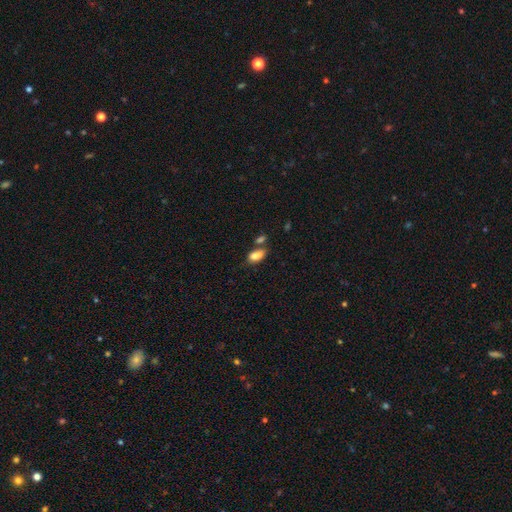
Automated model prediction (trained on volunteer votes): Smooth or featured?
  - smooth: 80% *
  - featured or disk: 10%
  - star or artifact: 9%
How rounded?
  - in between: 88% *
  - round: 7%
  - cigar-shaped: 6%
Merging?
  - none: 42% *
  - merger: 35%
  - minor disturbance: 16%
  - major disturbance: 7%